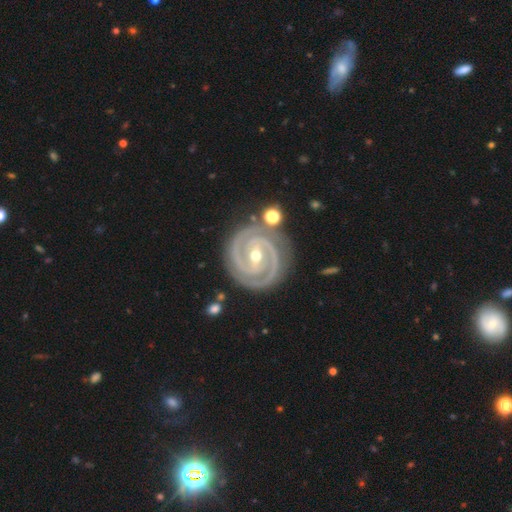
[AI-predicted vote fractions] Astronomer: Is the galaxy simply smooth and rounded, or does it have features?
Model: featured or disk — 94%.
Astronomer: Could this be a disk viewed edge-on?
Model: no — 98%.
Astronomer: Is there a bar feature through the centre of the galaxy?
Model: strong — 47% (runner-up: weak, 34%).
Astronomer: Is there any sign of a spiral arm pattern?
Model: yes — 99%.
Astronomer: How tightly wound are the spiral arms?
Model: tight — 82%.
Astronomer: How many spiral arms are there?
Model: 2 — 87%.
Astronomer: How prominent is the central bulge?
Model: moderate — 50% (runner-up: small, 48%).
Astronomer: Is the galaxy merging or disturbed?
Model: none — 83%.